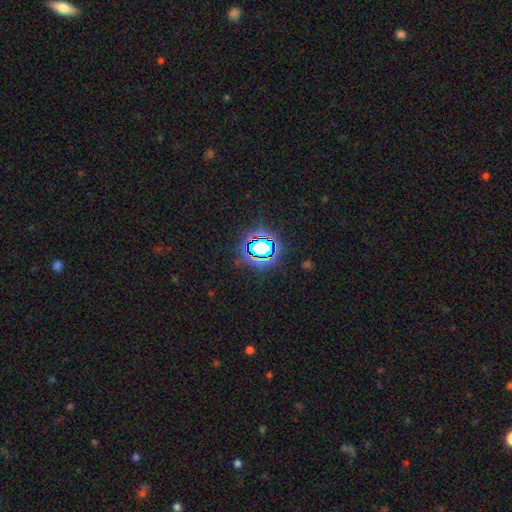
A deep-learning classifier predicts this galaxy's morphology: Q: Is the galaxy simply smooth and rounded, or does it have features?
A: star or artifact — 77%.